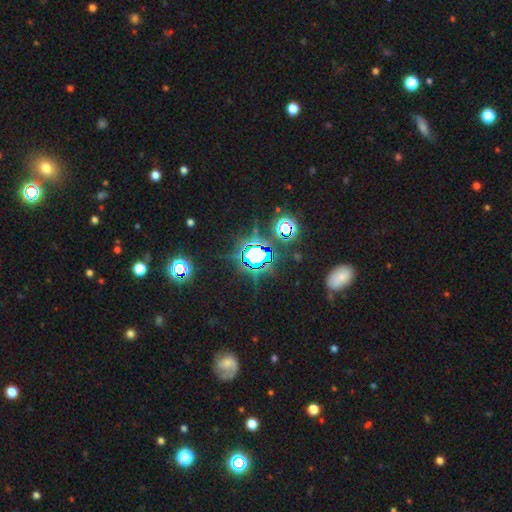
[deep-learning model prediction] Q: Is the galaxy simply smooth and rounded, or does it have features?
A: star or artifact — 80%.